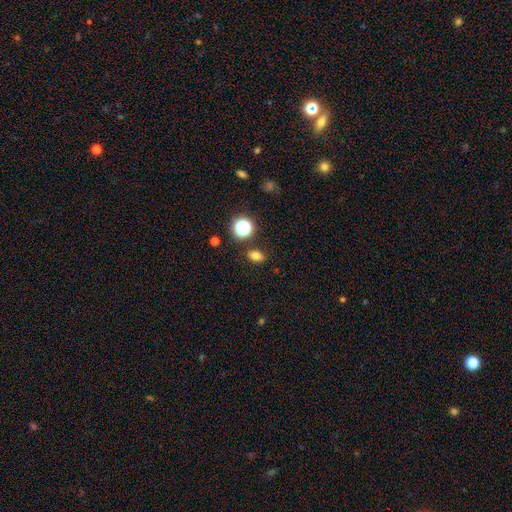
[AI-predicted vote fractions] smooth_or_featured: smooth (p=0.75) [alt: star or artifact p=0.17]
how_rounded: in between (p=0.74) [alt: round p=0.24]
merging: none (p=0.86) [alt: minor disturbance p=0.09]